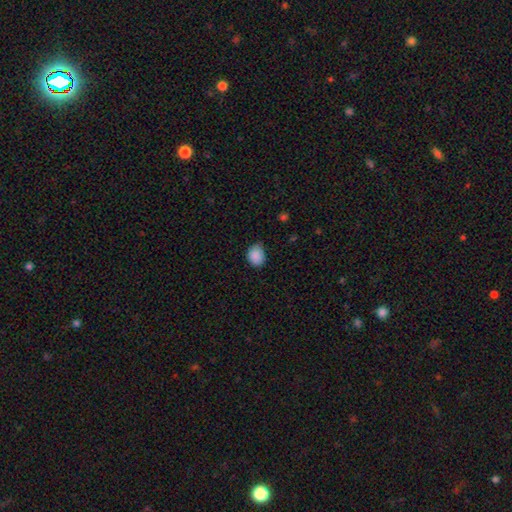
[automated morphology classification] Smooth or featured? smooth (88%)
How rounded? in between (50%)
Merging? none (65%)